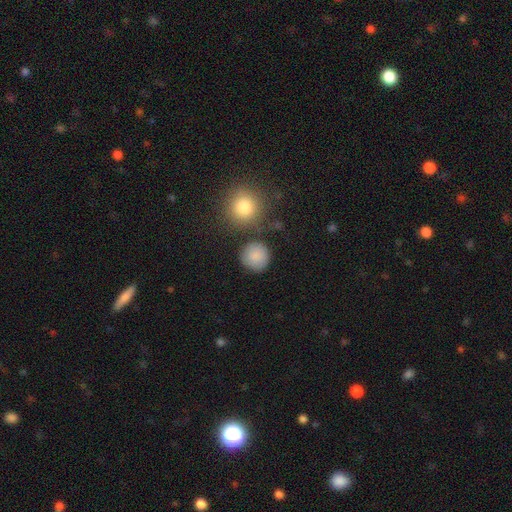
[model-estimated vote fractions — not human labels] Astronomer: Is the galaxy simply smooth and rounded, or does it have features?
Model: smooth — 87%.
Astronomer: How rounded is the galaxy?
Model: round — 94%.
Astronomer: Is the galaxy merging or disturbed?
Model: none — 80%.